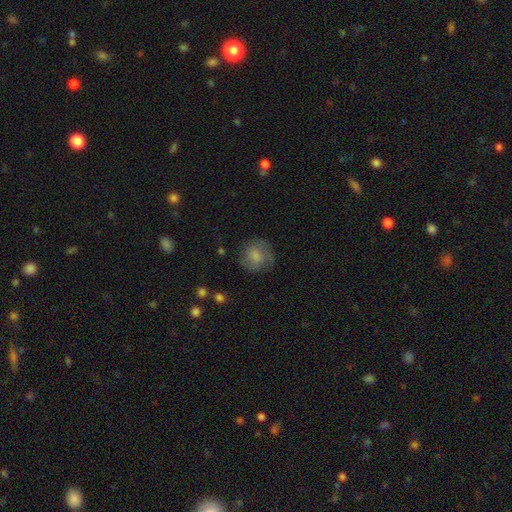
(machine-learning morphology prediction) type=smooth (70%); roundness=round (85%); merging=none (71%).